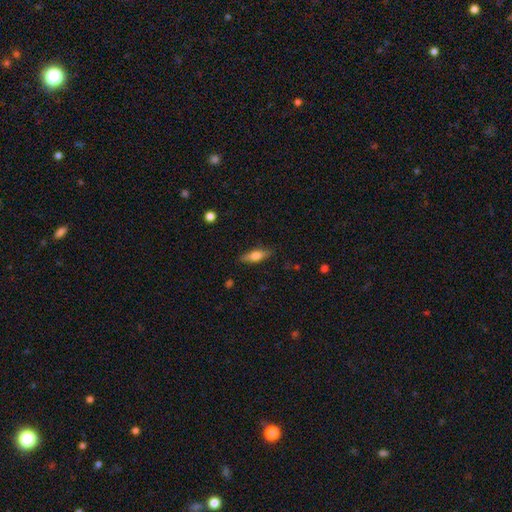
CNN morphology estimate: Overall: smooth (66%; featured or disk 28%). How rounded: in between (55%; cigar-shaped 42%). Merging: none (83%).